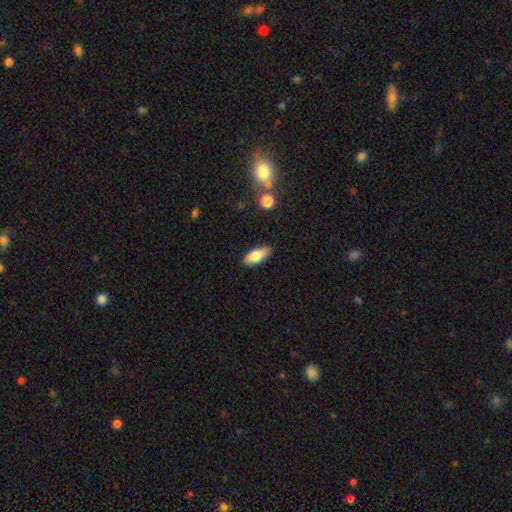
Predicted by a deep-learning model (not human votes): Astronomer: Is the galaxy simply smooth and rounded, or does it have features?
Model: smooth — 75%.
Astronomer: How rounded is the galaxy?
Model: in between — 73%.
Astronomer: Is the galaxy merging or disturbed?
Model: none — 84%.